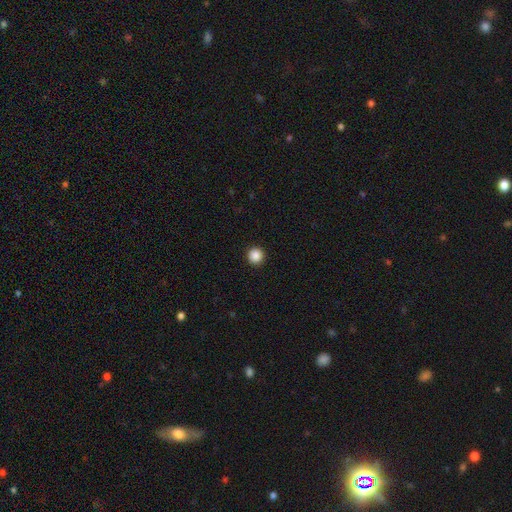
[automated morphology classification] This appears to be a smooth galaxy with no disk features (88%) that is round (96%). Merging: none (94%).